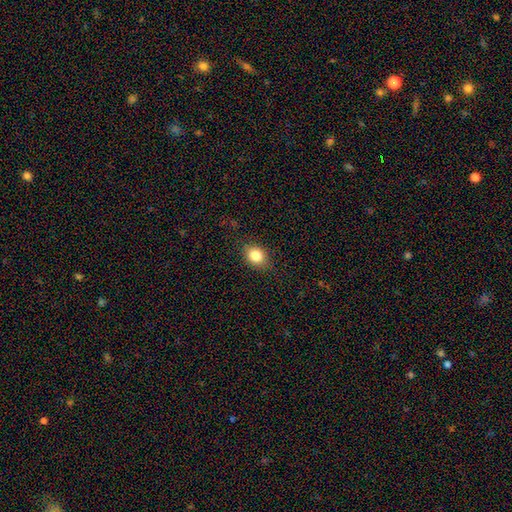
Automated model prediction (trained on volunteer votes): A smooth galaxy with no disk features (82%) that is in between round and cigar-shaped (59%).

Vote fractions:
- Smooth or featured? smooth: 82% / star or artifact: 10% / featured or disk: 8%
- How rounded? in between: 59% / round: 40% / cigar-shaped: 1%
- Merging? none: 84% / minor disturbance: 12% / major disturbance: 3% / merger: 1%